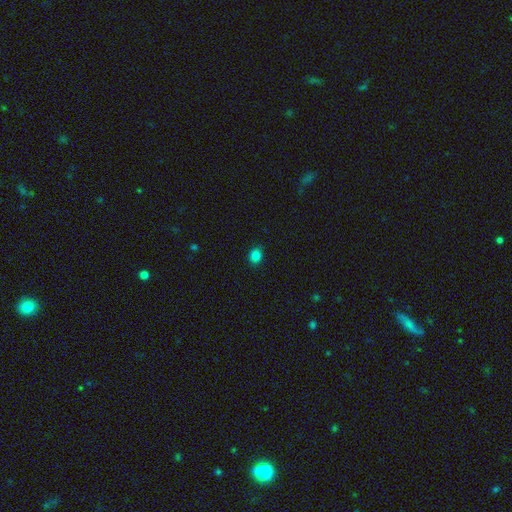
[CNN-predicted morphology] A smooth galaxy with no disk features (84%) that is round (60%).

Vote fractions:
- Smooth or featured? smooth: 84% / star or artifact: 12% / featured or disk: 3%
- How rounded? round: 60% / in between: 39% / cigar-shaped: 1%
- Merging? none: 88% / minor disturbance: 8% / major disturbance: 2% / merger: 1%